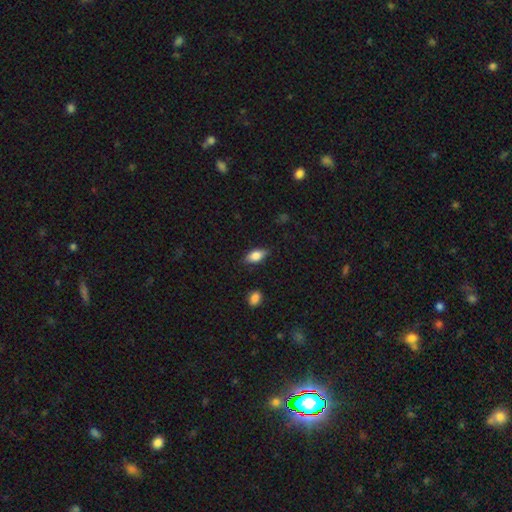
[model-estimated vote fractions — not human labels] Morphology: type=smooth (79%); roundness=in between (87%); merging=none (81%).